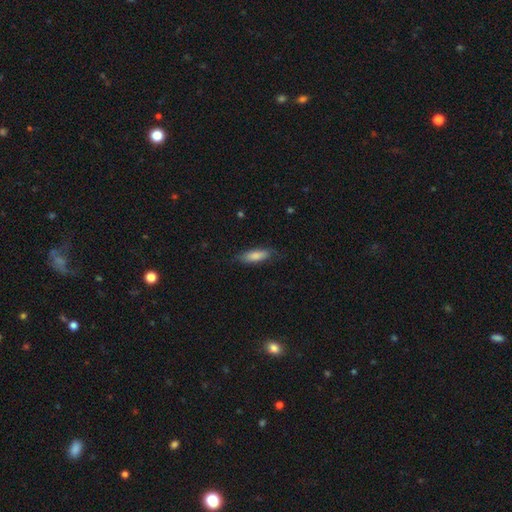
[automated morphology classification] Smooth or featured?
  - smooth: 80% *
  - featured or disk: 14%
  - star or artifact: 6%
How rounded?
  - in between: 56% *
  - cigar-shaped: 43%
  - round: 2%
Merging?
  - none: 76% *
  - minor disturbance: 18%
  - major disturbance: 4%
  - merger: 1%